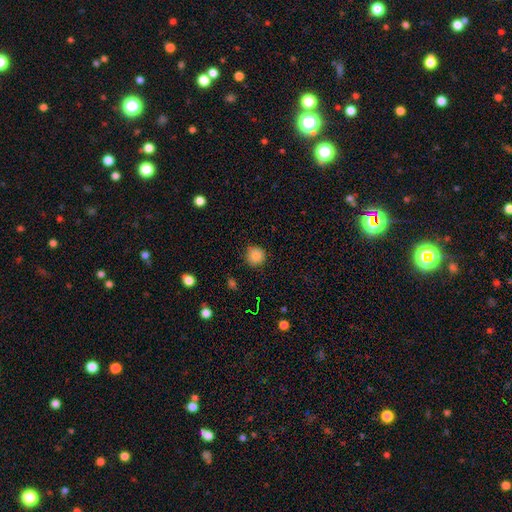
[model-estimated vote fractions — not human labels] smooth-or-featured: smooth: 85% | star or artifact: 11% | featured or disk: 4%
  how-rounded: round: 94% | in between: 5% | cigar-shaped: 1%
  merging: none: 88% | minor disturbance: 8% | major disturbance: 2% | merger: 1%